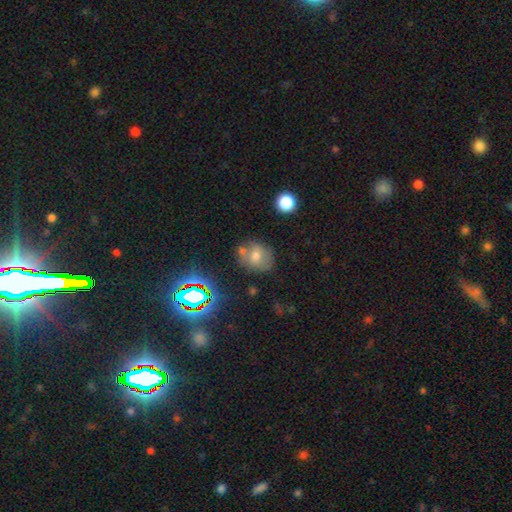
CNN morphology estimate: Smooth or featured? smooth (63%)
How rounded? round (62%)
Merging? none (60%)